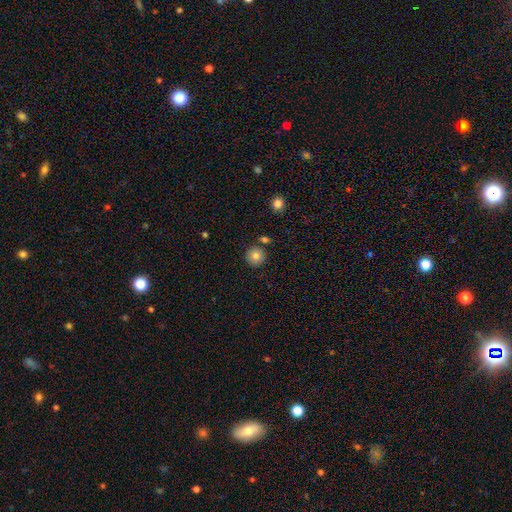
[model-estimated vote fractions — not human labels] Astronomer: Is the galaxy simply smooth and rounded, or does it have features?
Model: smooth — 82%.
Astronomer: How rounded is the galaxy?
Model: round — 95%.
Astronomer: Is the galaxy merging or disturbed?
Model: none — 84%.